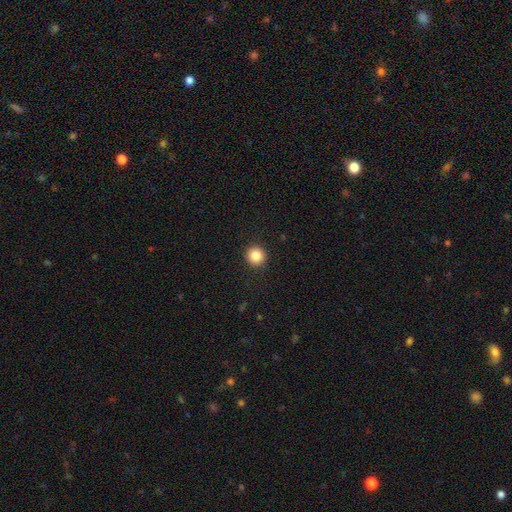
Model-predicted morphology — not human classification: Smooth or featured: smooth — 85% (star or artifact — 10%)
How rounded: round — 95% (in between — 4%)
Merging: none — 93% (minor disturbance — 5%)